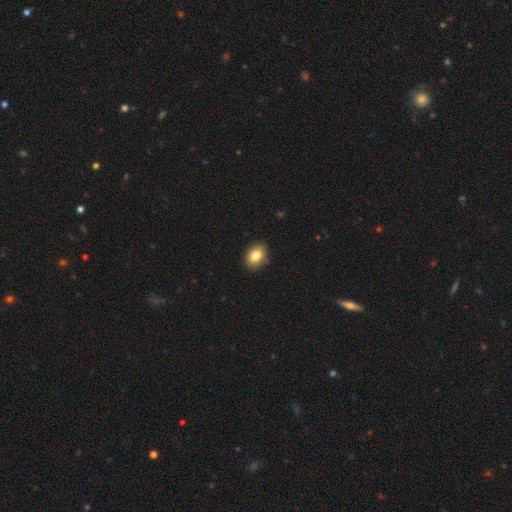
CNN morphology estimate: smooth 84%, star or artifact 8%, featured or disk 8%. Down the decision tree: how rounded — in between (78%); merging — none (88%).